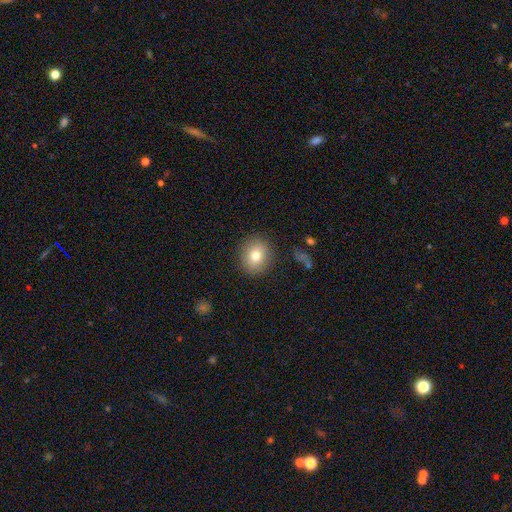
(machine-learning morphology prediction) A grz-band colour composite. It shows a smooth galaxy with no disk features (77%) that is round (80%). Merging: none (87%).